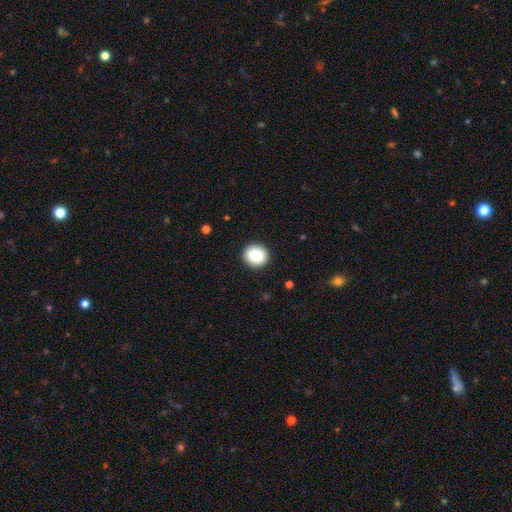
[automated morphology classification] This appears to be a smooth galaxy with no disk features (87%) that is round (91%). Merging: none (92%).